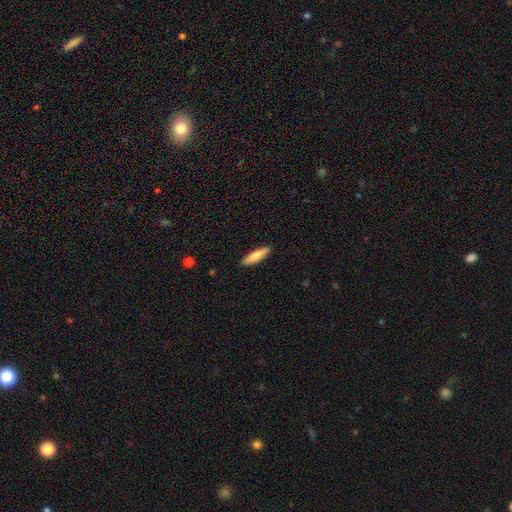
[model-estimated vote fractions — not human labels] Smooth or featured: smooth — 79% (featured or disk — 16%)
How rounded: cigar-shaped — 70% (in between — 29%)
Merging: none — 90% (minor disturbance — 7%)